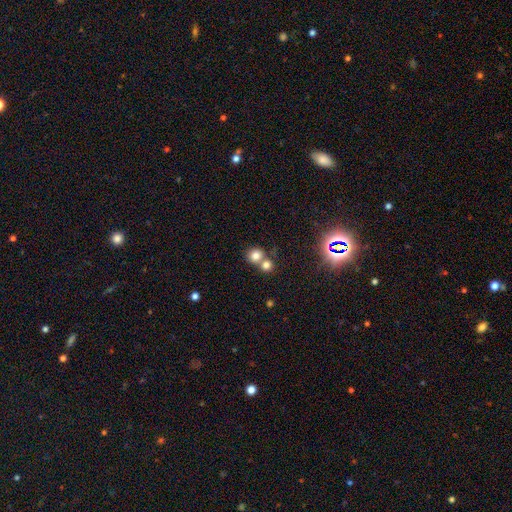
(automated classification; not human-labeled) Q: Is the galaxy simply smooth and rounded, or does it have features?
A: smooth — 76%.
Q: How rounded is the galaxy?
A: round — 81%.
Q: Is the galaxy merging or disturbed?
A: merger — 47%.